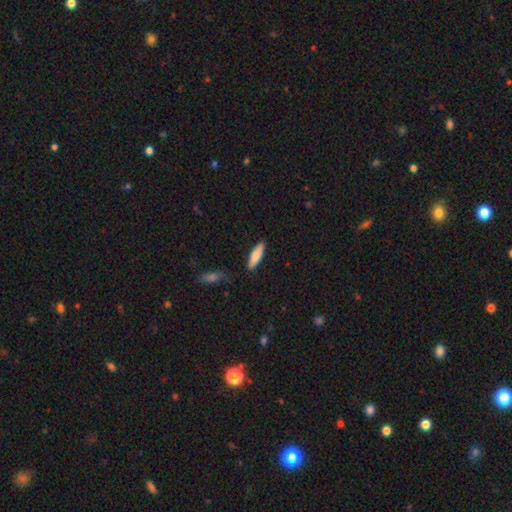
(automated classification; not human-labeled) Overall: smooth (77%). How rounded: cigar-shaped (60%; in between 38%). Merging: none (86%).